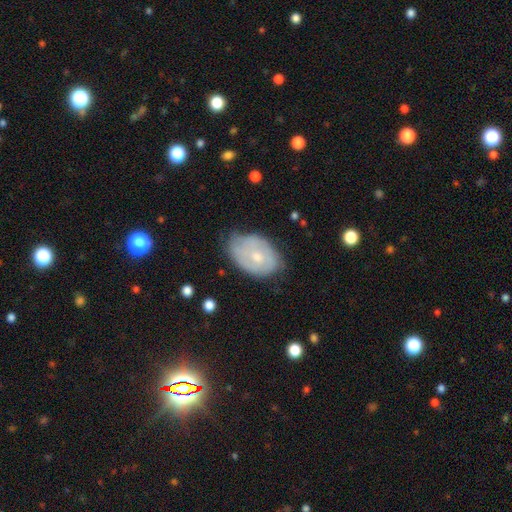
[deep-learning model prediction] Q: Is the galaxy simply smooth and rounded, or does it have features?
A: featured or disk — 48%.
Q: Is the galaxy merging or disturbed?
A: none — 58%.